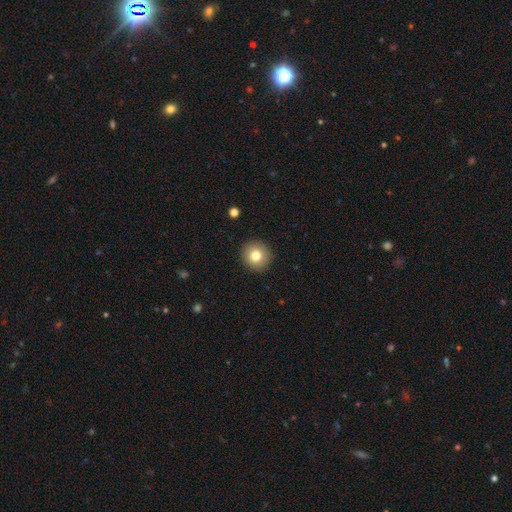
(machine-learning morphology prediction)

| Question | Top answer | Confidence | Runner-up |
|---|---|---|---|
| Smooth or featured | smooth | 79% | featured or disk (11%) |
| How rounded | round | 94% | in between (5%) |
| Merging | none | 92% | minor disturbance (5%) |